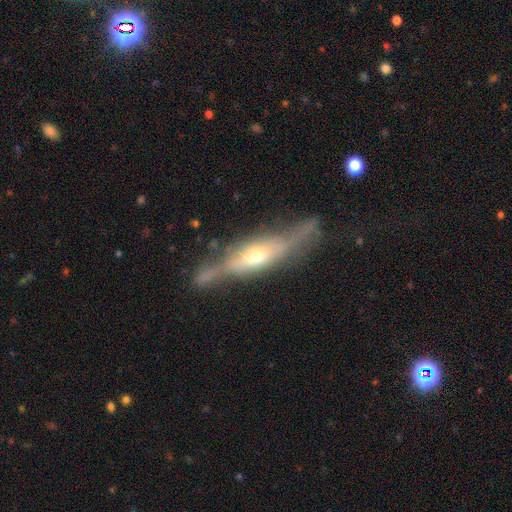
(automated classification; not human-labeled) Overall: featured or disk (74%). Edge-on disk: yes (85%). Edge-on bulge: rounded (76%). Merging: none (60%; minor disturbance 23%).